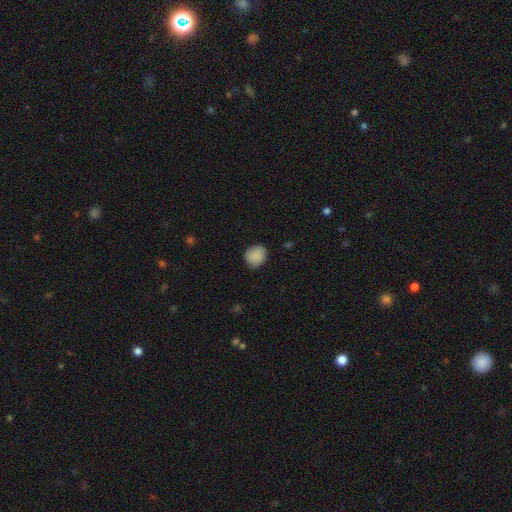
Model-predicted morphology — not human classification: Overall: smooth (88%). How rounded: round (78%). Merging: none (85%).